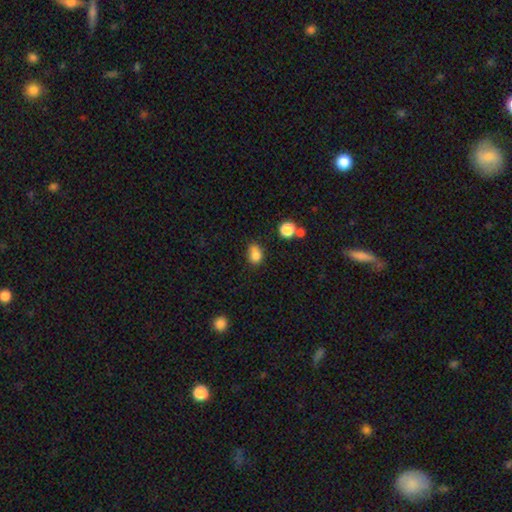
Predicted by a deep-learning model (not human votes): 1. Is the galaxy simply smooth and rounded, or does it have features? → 83% smooth, 11% star or artifact, 6% featured or disk.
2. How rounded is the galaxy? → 69% in between, 29% round, 1% cigar-shaped.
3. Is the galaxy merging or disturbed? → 57% none, 30% minor disturbance, 7% major disturbance, 5% merger.